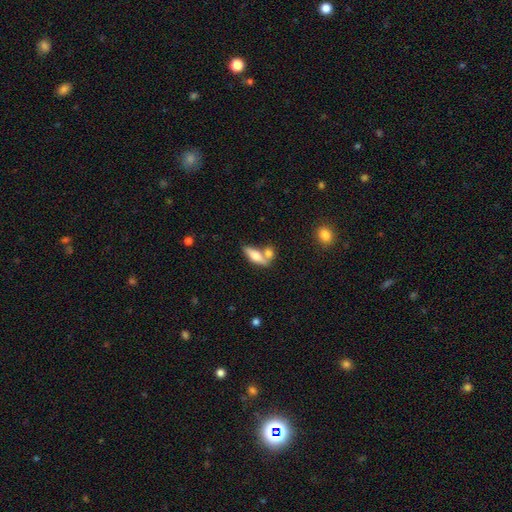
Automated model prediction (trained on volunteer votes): smooth-or-featured: smooth: 64% | featured or disk: 29% | star or artifact: 7%
  how-rounded: in between: 64% | cigar-shaped: 33% | round: 4%
  merging: merger: 42% (tied) | none: 42% (tied) | minor disturbance: 11% | major disturbance: 5%